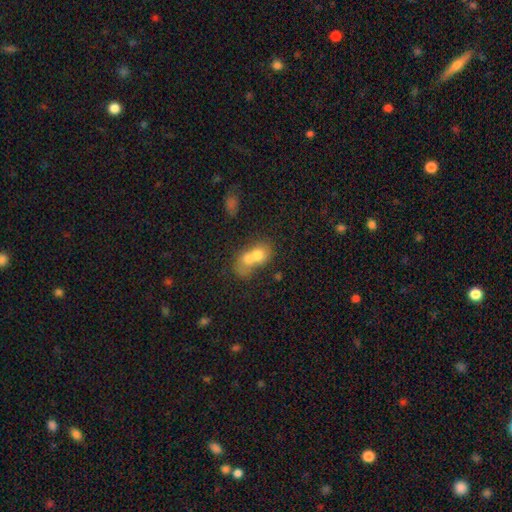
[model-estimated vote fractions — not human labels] Overall: smooth (67%). How rounded: round (54%; in between 45%). Merging: merger (76%).